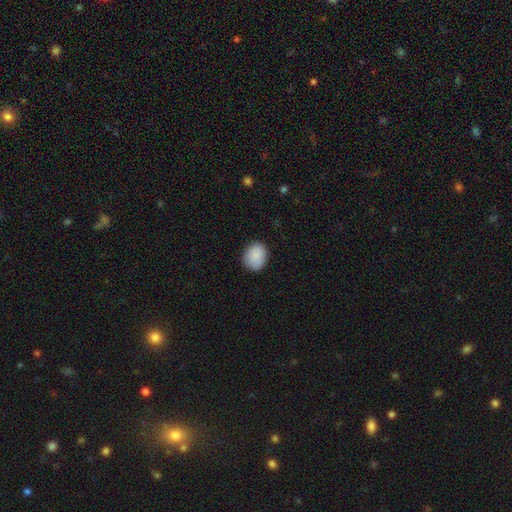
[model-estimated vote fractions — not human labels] This is clearly a smooth galaxy (88%). How rounded: possibly round (53%). Merging: likely none (79%).